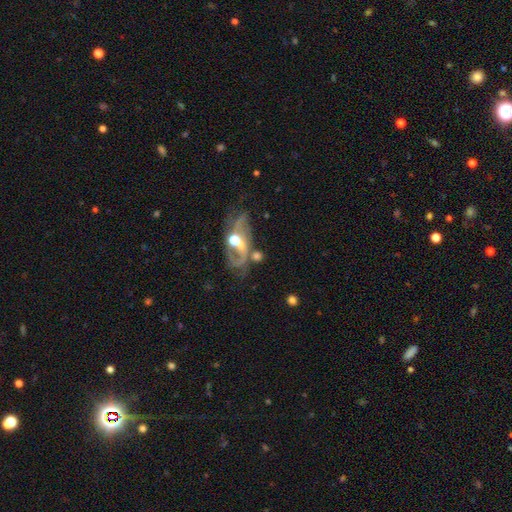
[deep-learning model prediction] The model was most divided on "bar": no: 48%, weak: 33%, strong: 19%. Remaining: edge-on disk — no (93%); spiral arms — yes (82%); smooth or featured — featured or disk (77%); spiral arm count — 2 (73%); bulge size — moderate (68%); spiral winding — loose (53%); merging — none (40%).